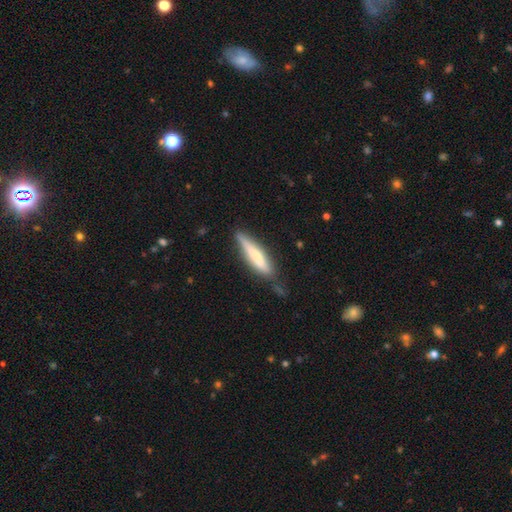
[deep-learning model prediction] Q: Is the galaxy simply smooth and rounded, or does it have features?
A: smooth — 59%.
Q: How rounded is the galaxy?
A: cigar-shaped — 84%.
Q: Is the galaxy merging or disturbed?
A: none — 71%.